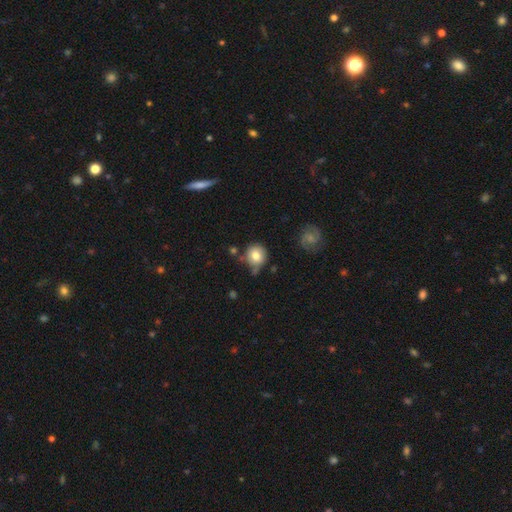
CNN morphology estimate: A smooth galaxy with no disk features (79%) that is round (86%). Merging: none (61%).